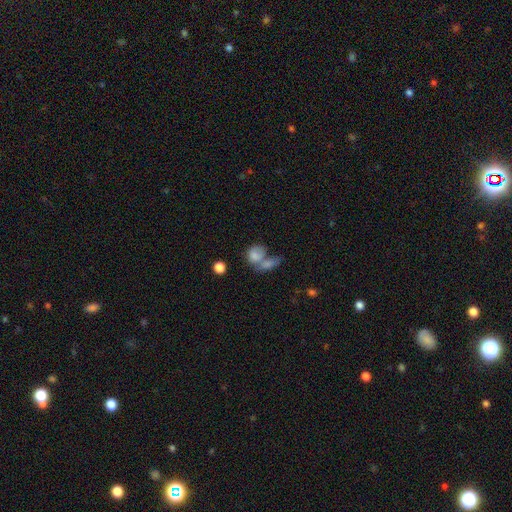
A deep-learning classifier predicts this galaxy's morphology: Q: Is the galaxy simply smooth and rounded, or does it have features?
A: smooth — 77%.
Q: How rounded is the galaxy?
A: in between — 54%.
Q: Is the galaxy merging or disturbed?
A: merger — 58%.